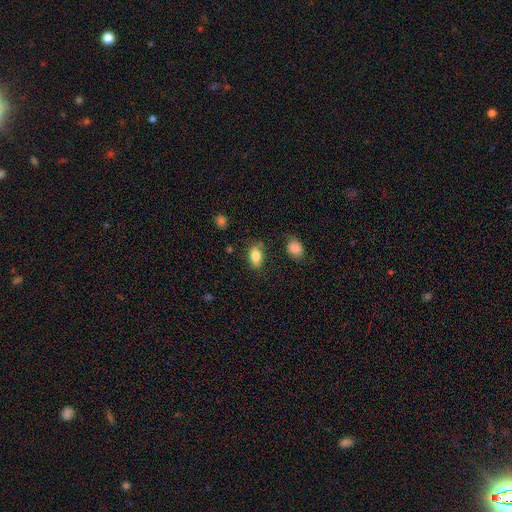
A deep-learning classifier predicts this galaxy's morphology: This appears to be a smooth galaxy with no disk features (81%) that is in between round and cigar-shaped (89%). Merging: none (74%).